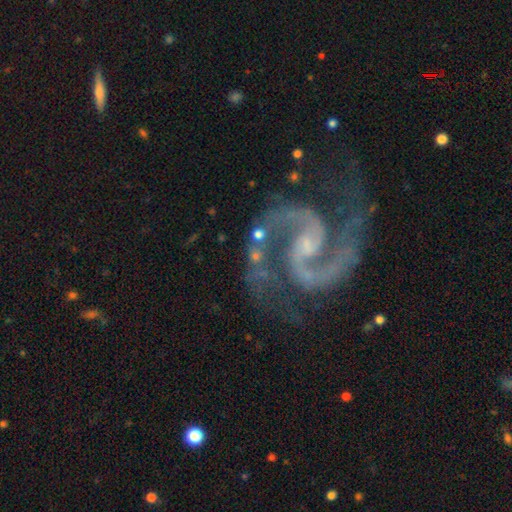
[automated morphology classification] A featured or disk galaxy (91%) with a weak bar (50%), 2 (93%) medium (54%) spiral arms (98%) and a small central bulge (47%).

Vote fractions:
- Smooth or featured? featured or disk: 91% / star or artifact: 5% / smooth: 4%
- Edge-on disk? no: 98% / yes: 2%
- Bar? weak: 50% / no: 32% / strong: 18%
- Spiral arms? yes: 98% / no: 2%
- Spiral winding? medium: 54% / loose: 36% / tight: 10%
- Spiral arm count? 2: 93% / 1: 2% / can't tell: 2% / 3: 1% / 4: 1% / more than 4: 1%
- Bulge size? small: 47% / none: 26% / moderate: 23% / large: 3% / dominant: 1%
- Merging? none: 59% / minor disturbance: 18% / major disturbance: 14% / merger: 9%